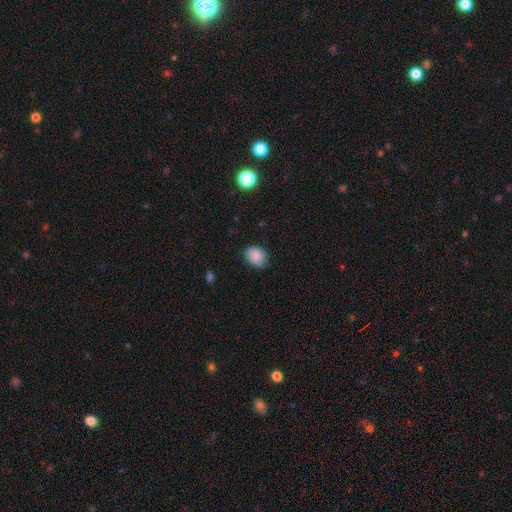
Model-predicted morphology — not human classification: smooth_or_featured: smooth (p=0.85) [alt: star or artifact p=0.08]
how_rounded: in between (p=0.56) [alt: round p=0.43]
merging: none (p=0.77) [alt: minor disturbance p=0.19]